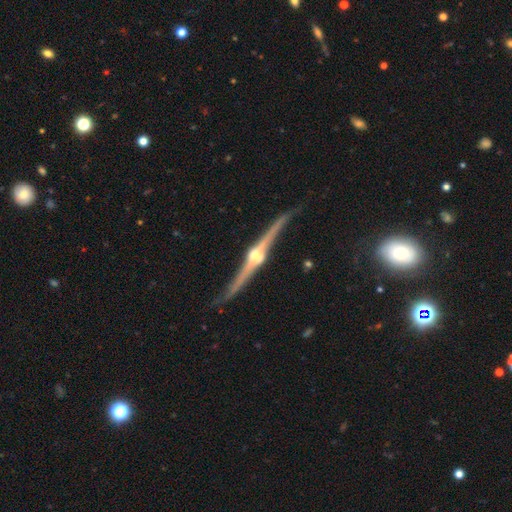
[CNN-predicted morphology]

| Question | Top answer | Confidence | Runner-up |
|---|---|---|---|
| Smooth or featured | featured or disk | 91% | smooth (5%) |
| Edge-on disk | yes | 98% | no (2%) |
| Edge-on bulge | rounded | 96% | boxy (3%) |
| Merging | none | 83% | minor disturbance (12%) |